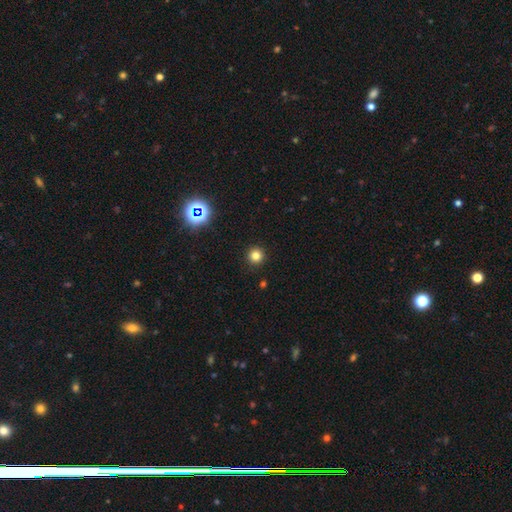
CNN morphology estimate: A smooth galaxy with no disk features (79%) that is round (95%).

Vote fractions:
- Smooth or featured? smooth: 79% / star or artifact: 16% / featured or disk: 5%
- How rounded? round: 95% / in between: 4% / cigar-shaped: 1%
- Merging? none: 92% / minor disturbance: 5% / major disturbance: 2% / merger: 1%